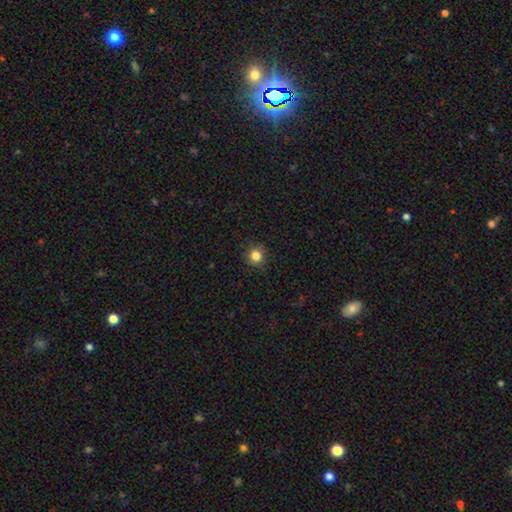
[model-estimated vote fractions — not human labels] smooth-or-featured: smooth: 83% | star or artifact: 12% | featured or disk: 5%
  how-rounded: round: 93% | in between: 6% | cigar-shaped: 1%
  merging: none: 90% | minor disturbance: 7% | major disturbance: 2% | merger: 1%